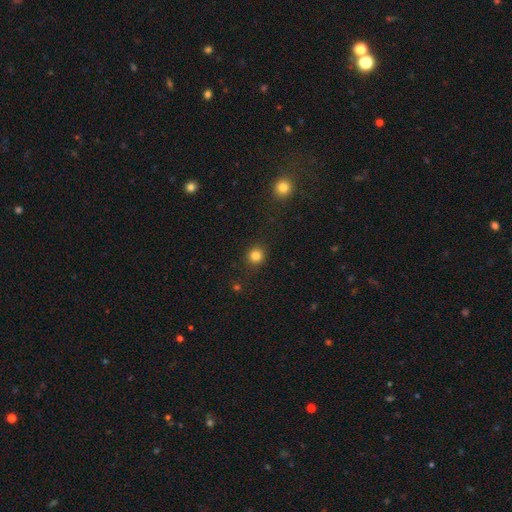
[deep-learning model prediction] This is clearly a smooth galaxy (83%). How rounded: clearly round (90%). Merging: clearly none (88%).